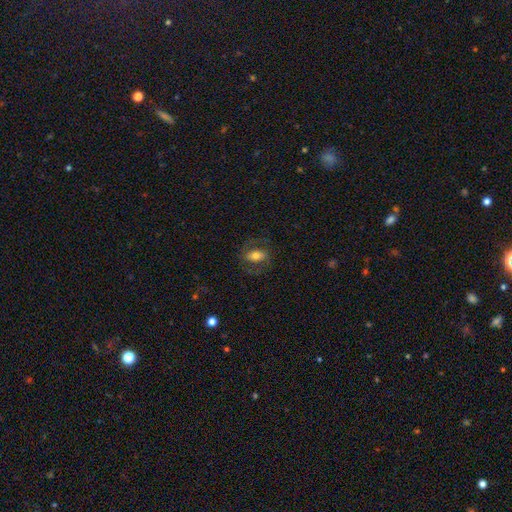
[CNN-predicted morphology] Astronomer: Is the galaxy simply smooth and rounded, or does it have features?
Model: smooth — 53% (runner-up: featured or disk, 38%).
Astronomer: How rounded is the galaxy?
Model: in between — 80%.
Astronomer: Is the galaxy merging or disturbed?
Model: none — 72%.